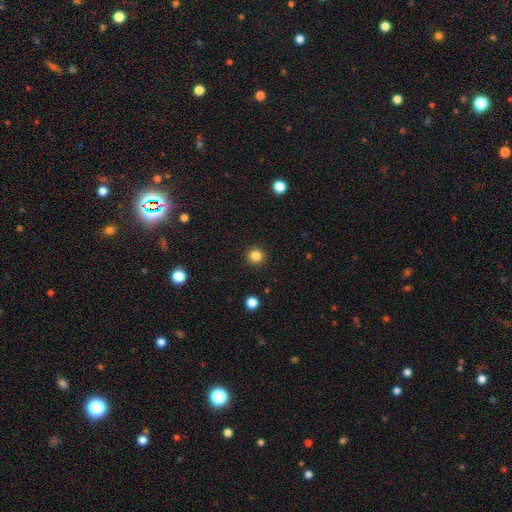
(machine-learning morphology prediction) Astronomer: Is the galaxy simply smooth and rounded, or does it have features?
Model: smooth — 84%.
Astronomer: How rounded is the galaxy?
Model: round — 94%.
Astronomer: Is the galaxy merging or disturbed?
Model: none — 92%.